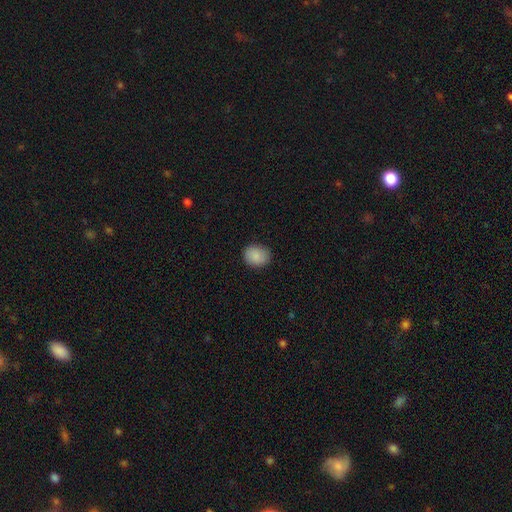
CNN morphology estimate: Smooth or featured? smooth (88%)
How rounded? round (61%)
Merging? none (85%)